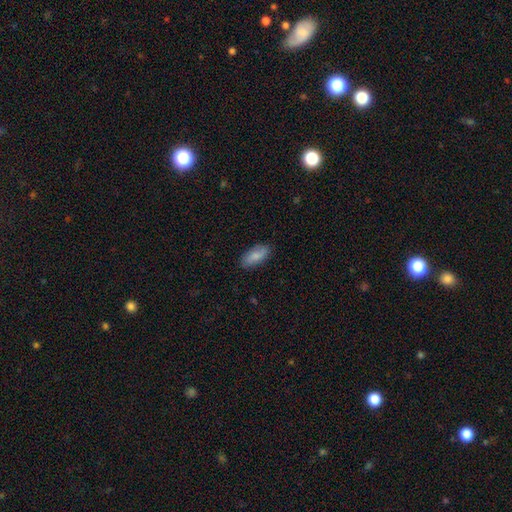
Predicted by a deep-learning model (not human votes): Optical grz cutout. It shows a smooth galaxy with no disk features (80%) that is in between round and cigar-shaped (88%). Merging: none (85%).